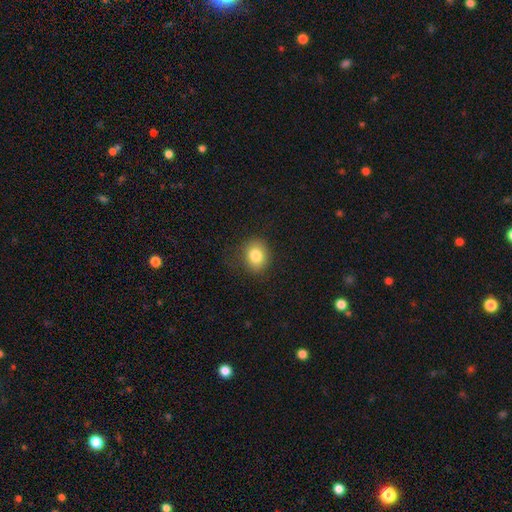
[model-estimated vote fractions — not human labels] This appears to be a smooth galaxy with no disk features (82%) that is round (70%). Merging: none (84%).